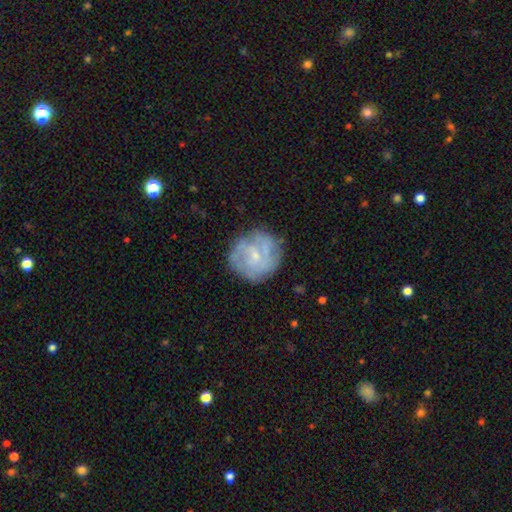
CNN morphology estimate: A featured or disk galaxy (62%) with no bar (62%), spiral arms (63%) and a small central bulge (71%).

Vote fractions:
- Smooth or featured? featured or disk: 62% / smooth: 31% / star or artifact: 7%
- Edge-on disk? no: 98% / yes: 2%
- Bar? no: 62% / weak: 32% / strong: 6%
- Spiral arms? yes: 63% / no: 37%
- Bulge size? small: 71% / moderate: 20% / none: 6% / large: 1% / dominant: 1%
- Merging? none: 73% / minor disturbance: 17% / major disturbance: 8% / merger: 2%